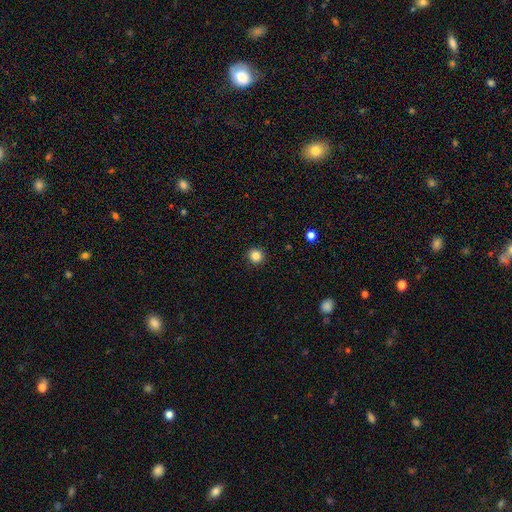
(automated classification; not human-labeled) smooth_or_featured: smooth (p=0.84) [alt: star or artifact p=0.11]
how_rounded: round (p=0.94) [alt: in between p=0.05]
merging: none (p=0.93) [alt: minor disturbance p=0.05]